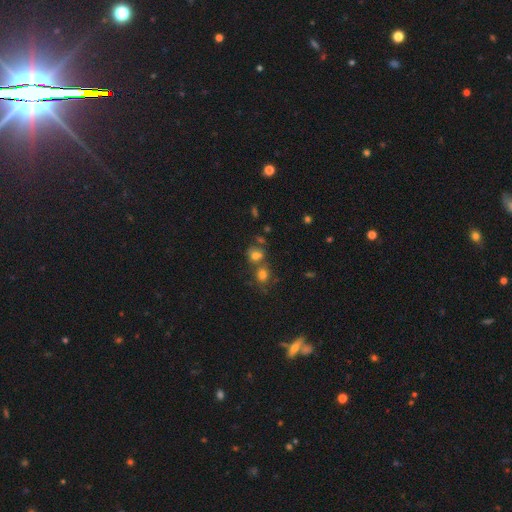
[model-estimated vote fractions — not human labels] Smooth or featured? Predicted: smooth (p=0.68). How rounded? Predicted: round (p=0.65). Merging? Predicted: merger (p=0.44).